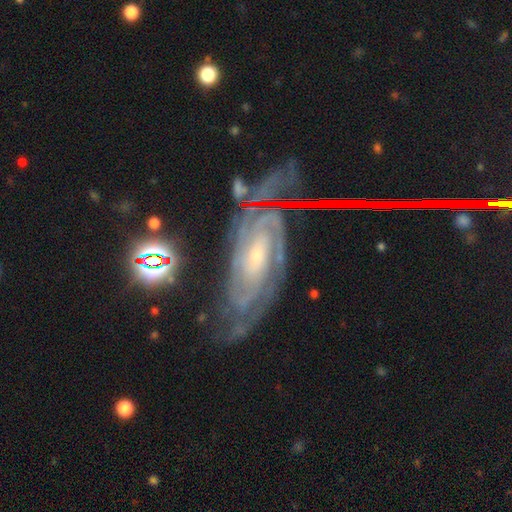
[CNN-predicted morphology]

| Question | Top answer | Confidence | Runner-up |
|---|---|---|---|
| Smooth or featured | featured or disk | 85% | star or artifact (8%) |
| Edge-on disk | no | 91% | yes (9%) |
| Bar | no | 55% | weak (32%) |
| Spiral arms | yes | 97% | no (3%) |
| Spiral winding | tight | 73% | medium (23%) |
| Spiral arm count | can't tell | 31% | 2 (22%) |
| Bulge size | small | 73% | moderate (21%) |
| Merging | none | 70% | minor disturbance (19%) |